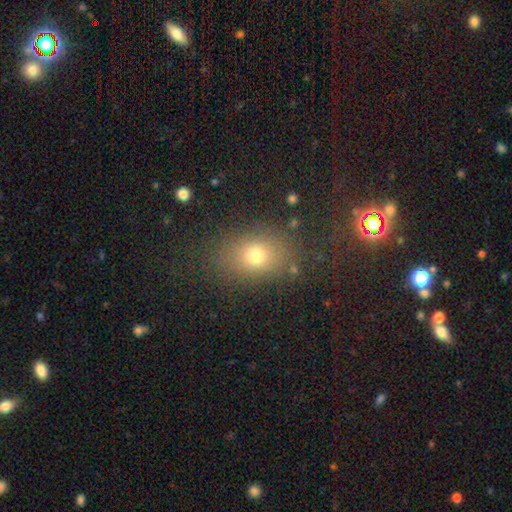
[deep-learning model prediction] Smooth or featured: smooth — 71% (star or artifact — 18%)
How rounded: in between — 65% (round — 33%)
Merging: none — 81% (minor disturbance — 11%)